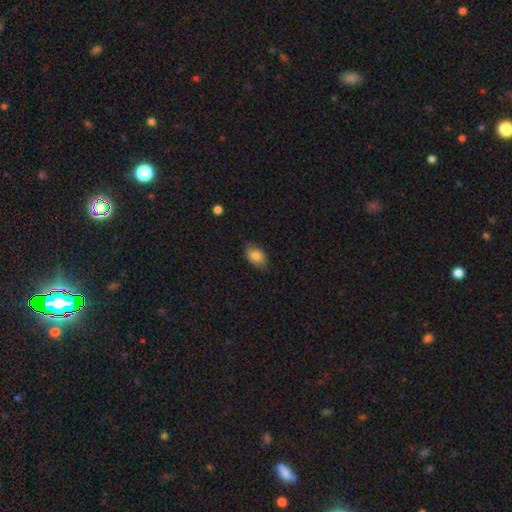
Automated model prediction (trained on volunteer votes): This appears to be a smooth galaxy with no disk features (83%) that is in between round and cigar-shaped (90%). Merging: none (80%).